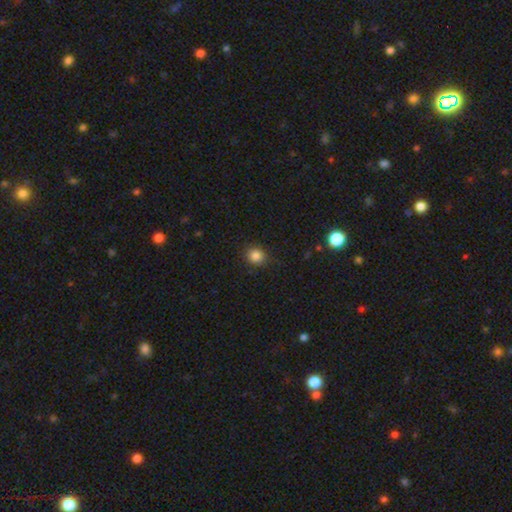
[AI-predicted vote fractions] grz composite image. It shows a smooth galaxy with no disk features (85%) that is round (84%). Merging: none (88%).